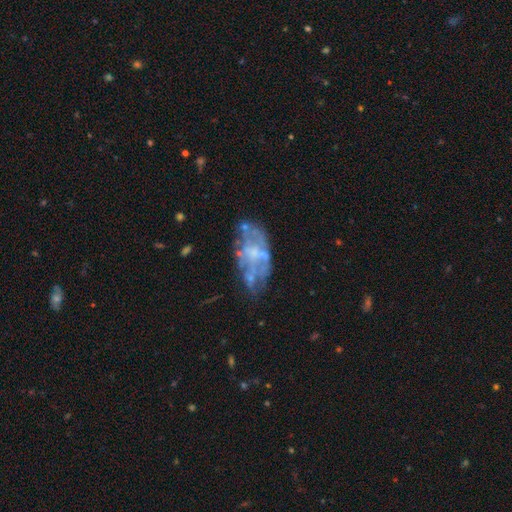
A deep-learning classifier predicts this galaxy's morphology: This appears to be a featured or disk galaxy (66%) with no bar (74%), no spiral arms (72%) and no central bulge (46%). Merging: none (50%).